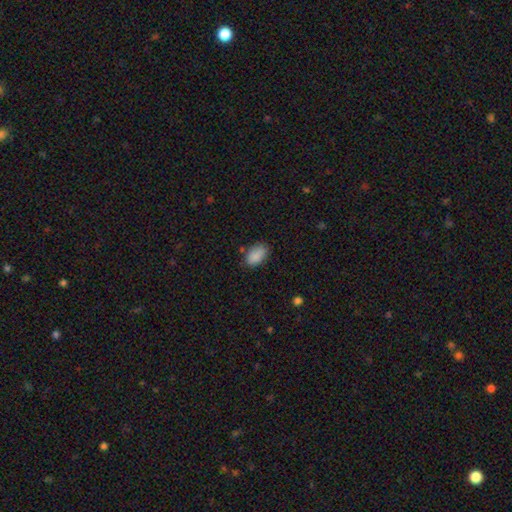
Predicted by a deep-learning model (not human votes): The model was most divided on "merging": none: 73%, minor disturbance: 21%, major disturbance: 4%, merger: 3%. More confident: how rounded — in between (90%); smooth or featured — smooth (88%).